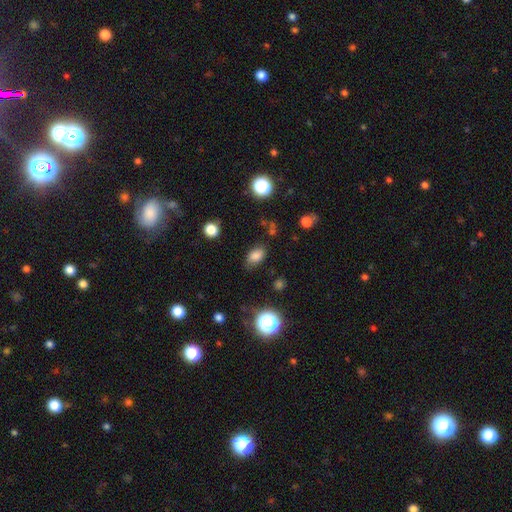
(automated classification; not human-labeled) smooth-or-featured: smooth: 80% | star or artifact: 12% | featured or disk: 8%
  how-rounded: in between: 87% | round: 11% | cigar-shaped: 2%
  merging: none: 76% | minor disturbance: 16% | major disturbance: 5% | merger: 3%